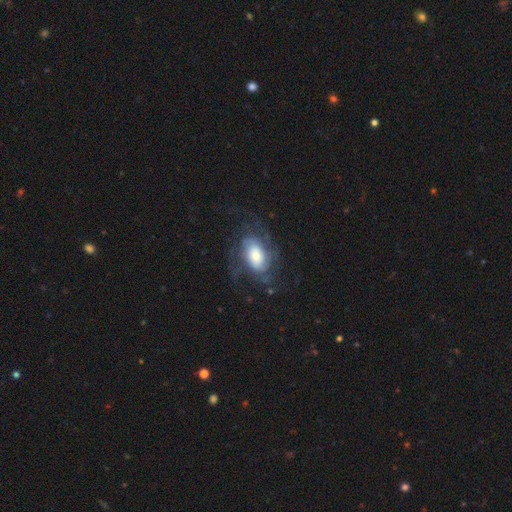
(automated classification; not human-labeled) Smooth or featured: featured or disk — 68% (smooth — 25%)
Edge-on disk: no — 95% (yes — 5%)
Bar: no — 63% (weak — 28%)
Spiral arms: yes — 86% (no — 14%)
Spiral winding: medium — 41% (tight — 35%)
Spiral arm count: can't tell — 36% (2 — 32%)
Bulge size: large — 45% (moderate — 30%)
Merging: none — 56% (major disturbance — 23%)